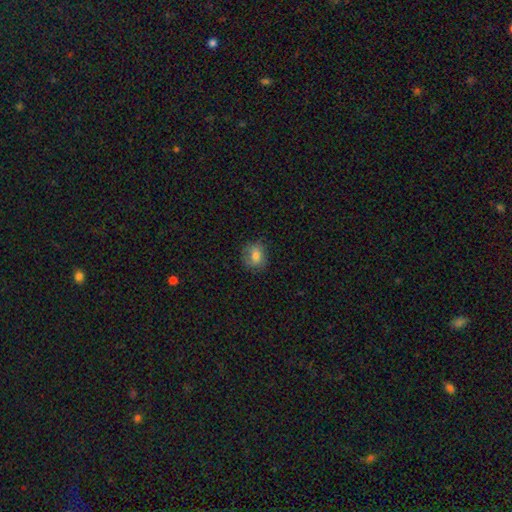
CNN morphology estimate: Smooth or featured?
  - smooth: 76% *
  - featured or disk: 14%
  - star or artifact: 10%
How rounded?
  - round: 59% *
  - in between: 40%
  - cigar-shaped: 1%
Merging?
  - none: 74% *
  - minor disturbance: 19%
  - major disturbance: 6%
  - merger: 1%